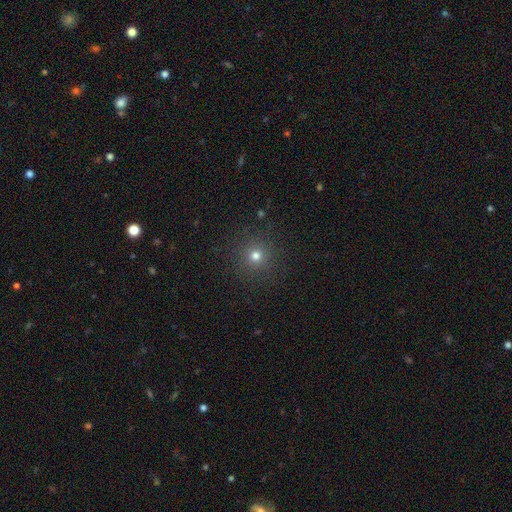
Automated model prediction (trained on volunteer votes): Smooth or featured? Predicted: smooth (p=0.74). How rounded? Predicted: round (p=0.94). Merging? Predicted: none (p=0.89).